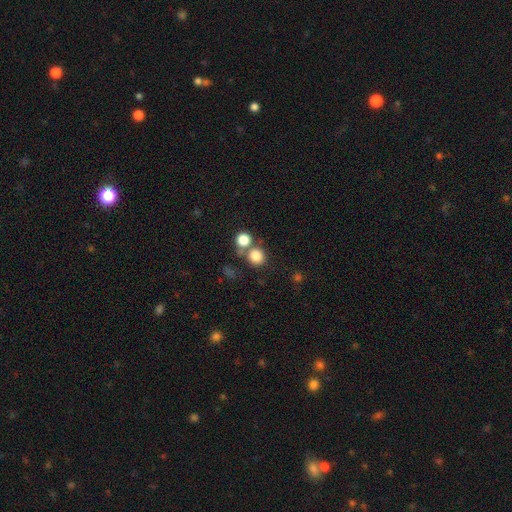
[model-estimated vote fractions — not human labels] smooth-or-featured: smooth: 81% | star or artifact: 12% | featured or disk: 7%
  how-rounded: round: 86% | in between: 13% | cigar-shaped: 1%
  merging: none: 59% | merger: 29% | minor disturbance: 8% | major disturbance: 4%